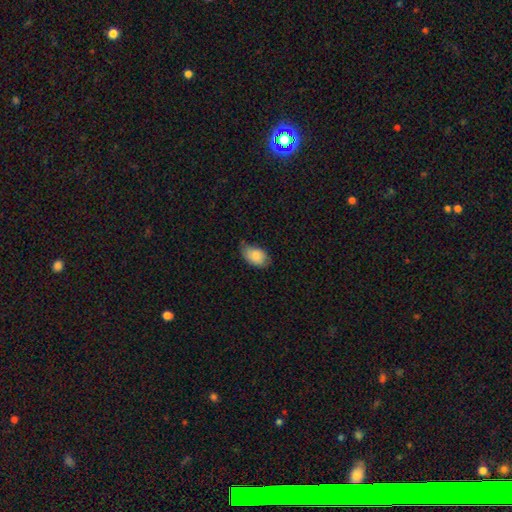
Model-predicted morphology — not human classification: Overall: smooth (83%). How rounded: in between (91%). Merging: none (58%; minor disturbance 34%).